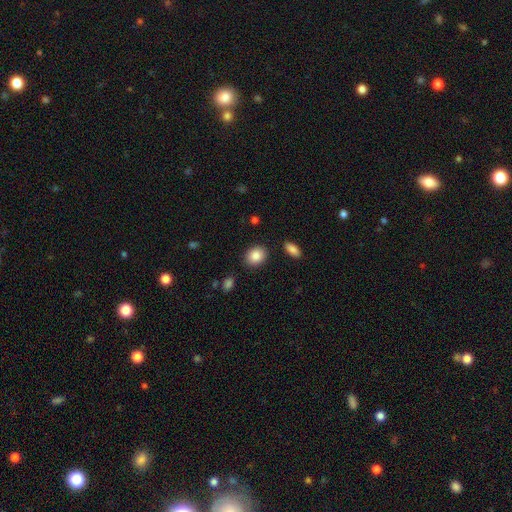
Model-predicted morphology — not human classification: Smooth or featured?
  - smooth: 87% *
  - star or artifact: 8%
  - featured or disk: 5%
How rounded?
  - in between: 57% *
  - round: 42%
  - cigar-shaped: 1%
Merging?
  - none: 87% *
  - minor disturbance: 9%
  - major disturbance: 3%
  - merger: 2%